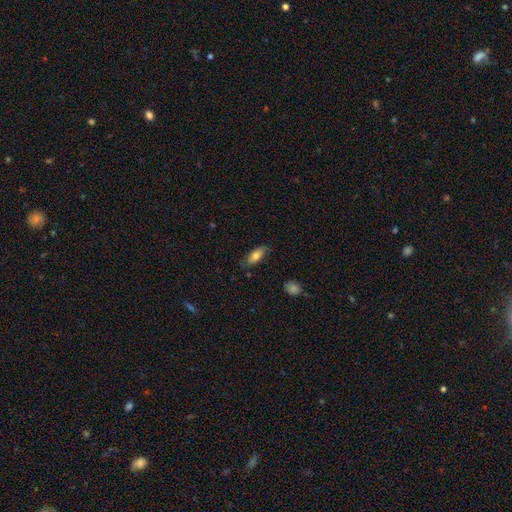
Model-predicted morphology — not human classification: smooth 73%, featured or disk 20%, star or artifact 7%. Down the decision tree: how rounded — in between (82%); merging — none (75%).